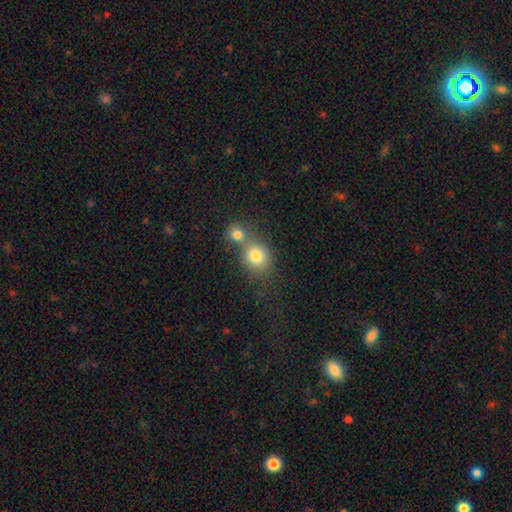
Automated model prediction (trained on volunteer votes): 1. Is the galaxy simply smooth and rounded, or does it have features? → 80% smooth, 11% star or artifact, 10% featured or disk.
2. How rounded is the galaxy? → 78% round, 21% in between, 1% cigar-shaped.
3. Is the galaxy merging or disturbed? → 51% merger, 38% none, 8% minor disturbance, 3% major disturbance.